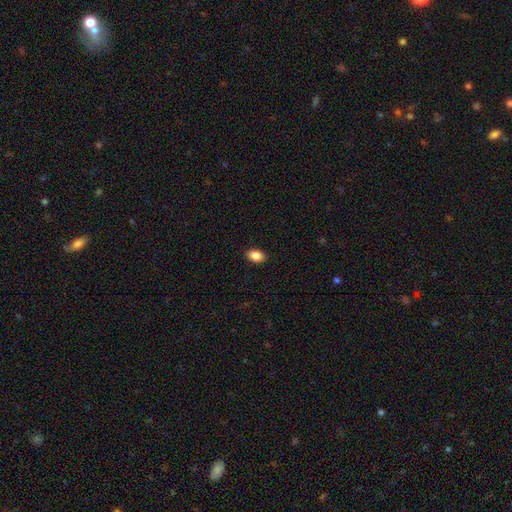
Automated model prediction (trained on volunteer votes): smooth 88%, star or artifact 8%, featured or disk 4%. Down the decision tree: how rounded — in between (85%); merging — none (90%).